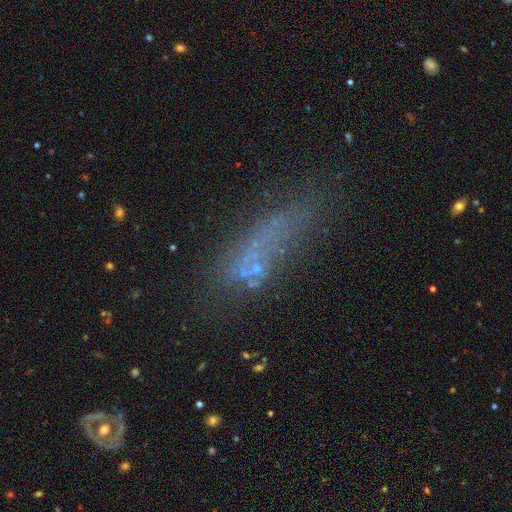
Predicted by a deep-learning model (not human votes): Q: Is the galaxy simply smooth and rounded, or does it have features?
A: smooth — 42%.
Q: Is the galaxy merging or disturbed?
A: none — 40%.